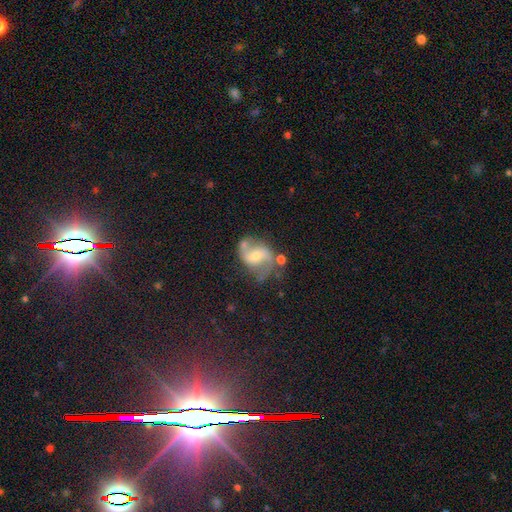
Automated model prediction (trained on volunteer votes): A featured or disk galaxy (78%) with a weak bar (44%), 2 (89%) loose (46%) spiral arms (92%) and a moderate central bulge (48%). Merging: none (54%).